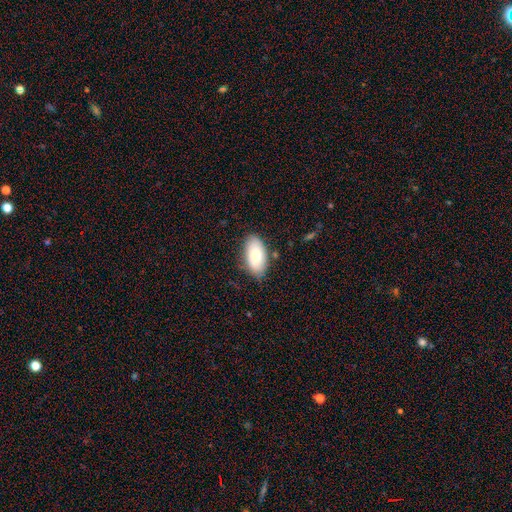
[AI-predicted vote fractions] Morphology: type=smooth (78%); roundness=in between (94%); merging=none (80%).